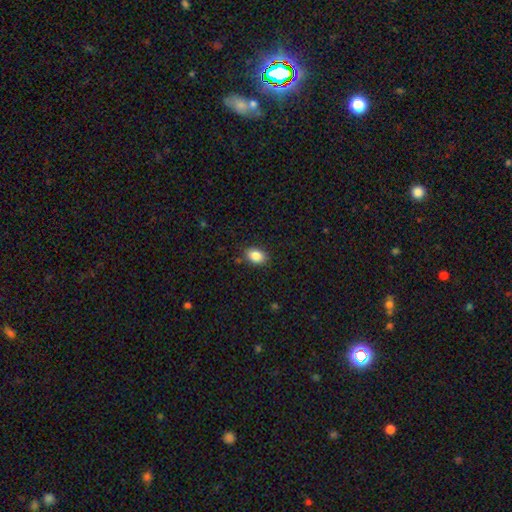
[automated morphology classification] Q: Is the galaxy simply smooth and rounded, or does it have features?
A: smooth — 86%.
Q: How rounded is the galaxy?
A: in between — 80%.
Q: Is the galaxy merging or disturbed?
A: none — 85%.